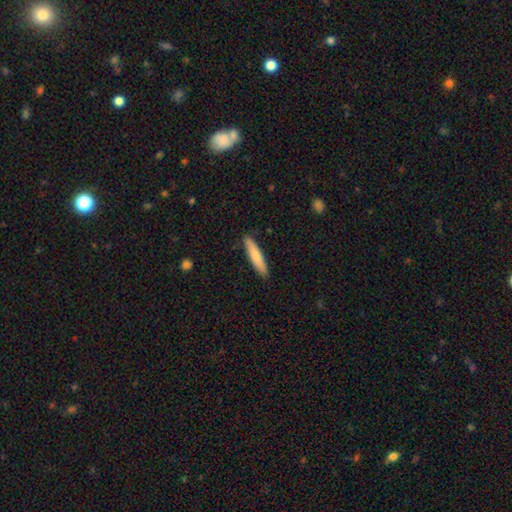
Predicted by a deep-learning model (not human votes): Overall: smooth (76%). How rounded: cigar-shaped (87%). Merging: none (89%).